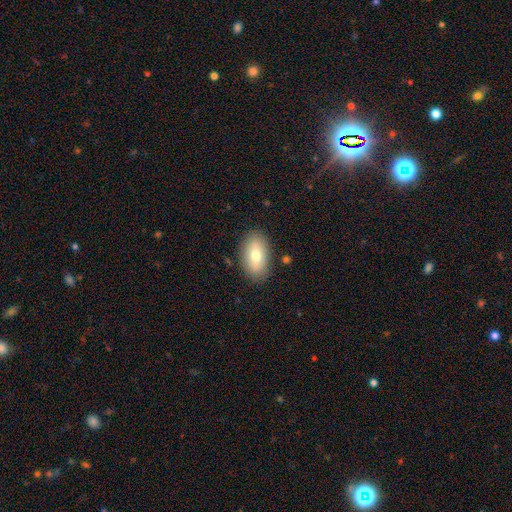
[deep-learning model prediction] This is likely a smooth galaxy (73%). How rounded: clearly in between (93%). Merging: clearly none (86%).